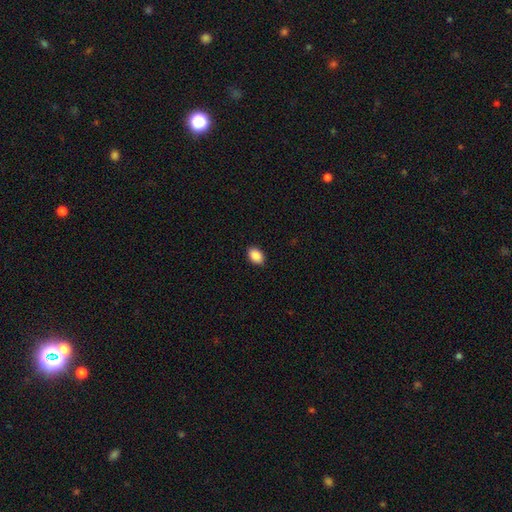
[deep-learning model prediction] Q: Smooth or featured?
A: smooth (89%); runner-up: star or artifact (8%)
Q: How rounded?
A: in between (83%); runner-up: round (16%)
Q: Merging?
A: none (89%); runner-up: minor disturbance (8%)